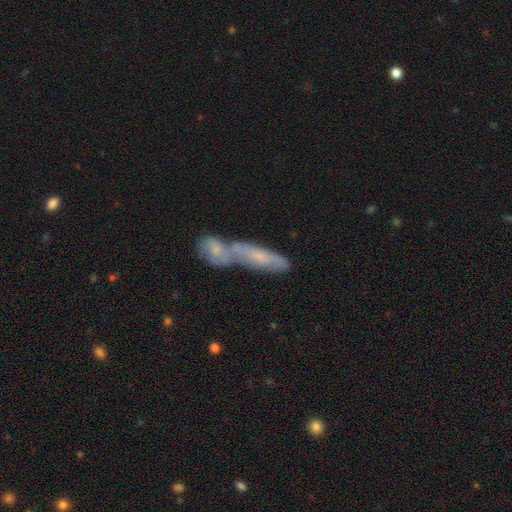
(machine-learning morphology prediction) This is possibly a smooth galaxy (47%). Merging: likely merger (64%).